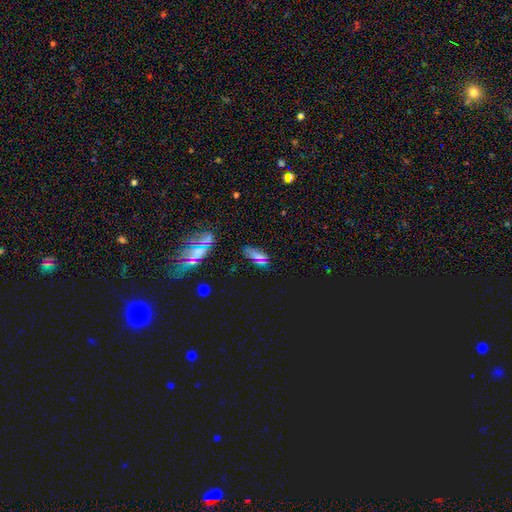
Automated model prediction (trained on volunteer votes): star or artifact 48%, smooth 37%, featured or disk 14%.